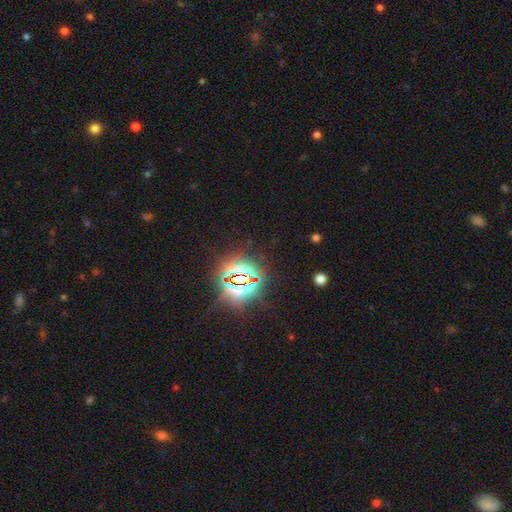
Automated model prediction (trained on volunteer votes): The model was most divided on "smooth or featured": star or artifact: 83%, smooth: 11%, featured or disk: 6%.